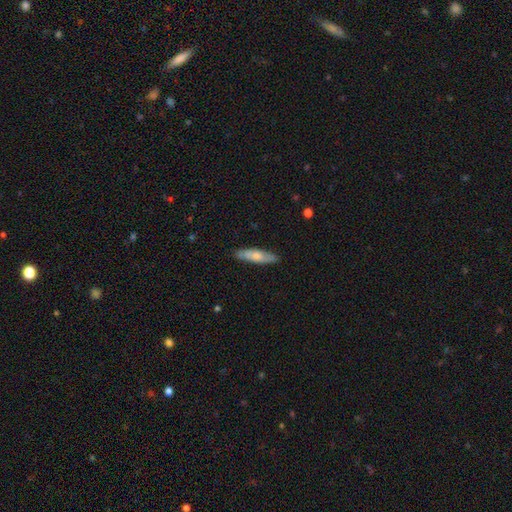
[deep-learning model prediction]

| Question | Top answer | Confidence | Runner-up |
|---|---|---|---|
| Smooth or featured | smooth | 64% | featured or disk (31%) |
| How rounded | cigar-shaped | 64% | in between (34%) |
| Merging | none | 85% | minor disturbance (12%) |